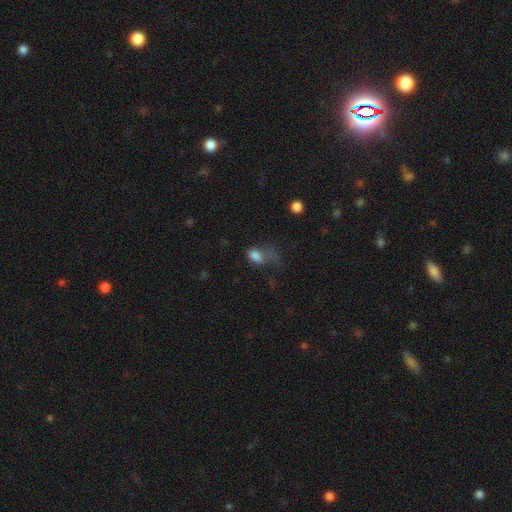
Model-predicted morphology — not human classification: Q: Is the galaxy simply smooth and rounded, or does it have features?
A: smooth — 76%.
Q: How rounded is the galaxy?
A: in between — 79%.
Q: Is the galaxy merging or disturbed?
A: major disturbance — 48%.